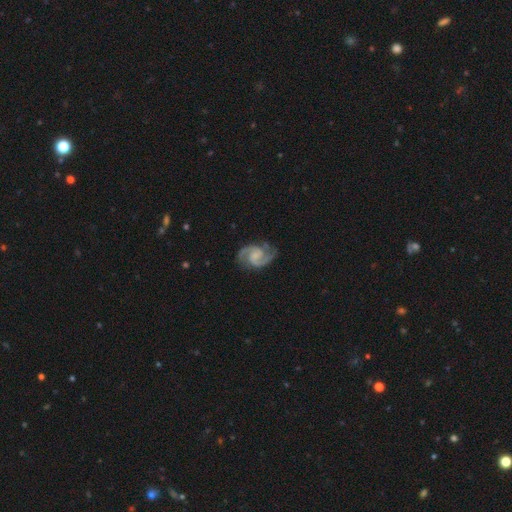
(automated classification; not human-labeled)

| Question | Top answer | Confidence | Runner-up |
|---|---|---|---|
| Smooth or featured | featured or disk | 92% | smooth (4%) |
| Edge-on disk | no | 98% | yes (2%) |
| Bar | weak | 46% | no (44%) |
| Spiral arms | yes | 98% | no (2%) |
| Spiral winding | medium | 62% | tight (23%) |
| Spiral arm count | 2 | 94% | can't tell (2%) |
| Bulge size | none | 40% | small (35%) |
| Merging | none | 80% | minor disturbance (14%) |